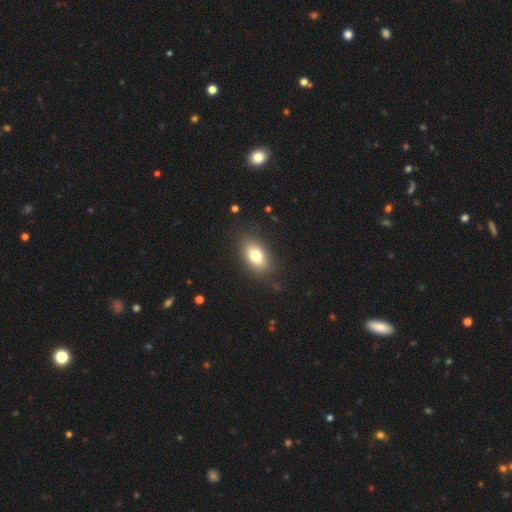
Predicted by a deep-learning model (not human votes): smooth_or_featured: smooth (p=0.78) [alt: featured or disk p=0.13]
how_rounded: in between (p=0.87) [alt: round p=0.11]
merging: none (p=0.86) [alt: minor disturbance p=0.10]